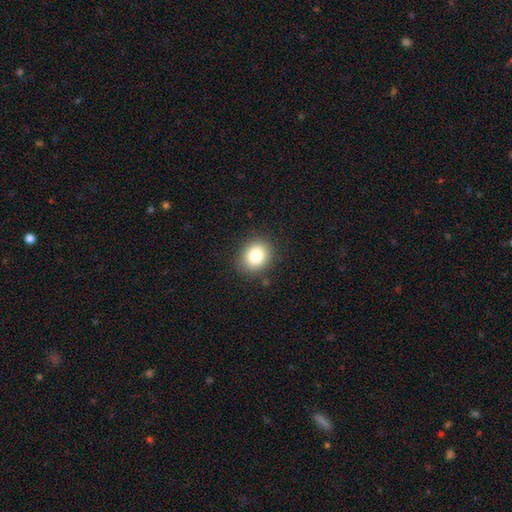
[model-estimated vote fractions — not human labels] smooth_or_featured: smooth (p=0.83) [alt: star or artifact p=0.10]
how_rounded: round (p=0.65) [alt: in between p=0.35]
merging: none (p=0.87) [alt: minor disturbance p=0.09]